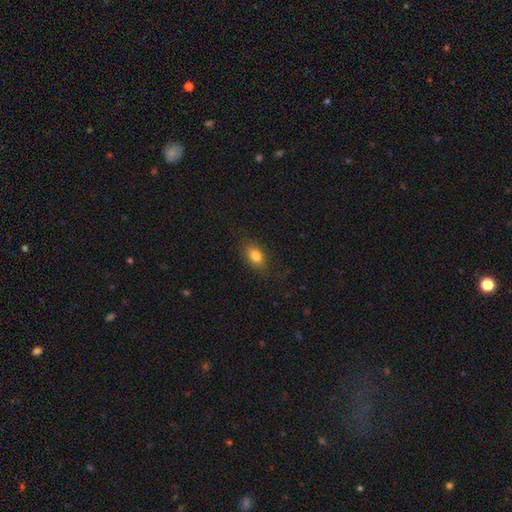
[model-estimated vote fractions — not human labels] Smooth or featured? smooth (81%)
How rounded? in between (81%)
Merging? none (82%)